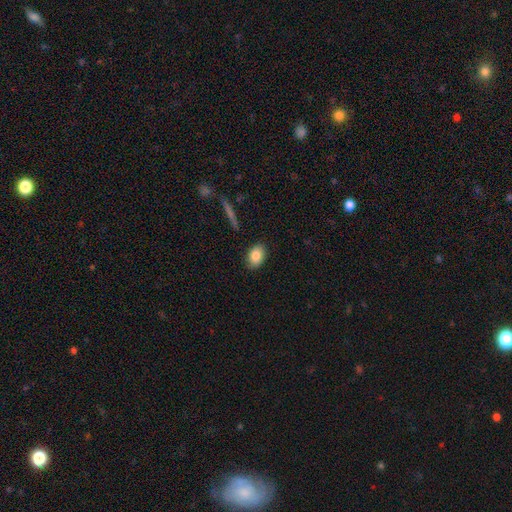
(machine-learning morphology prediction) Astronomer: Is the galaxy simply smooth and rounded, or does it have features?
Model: smooth — 85%.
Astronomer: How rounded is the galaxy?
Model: in between — 86%.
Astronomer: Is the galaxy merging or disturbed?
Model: none — 87%.